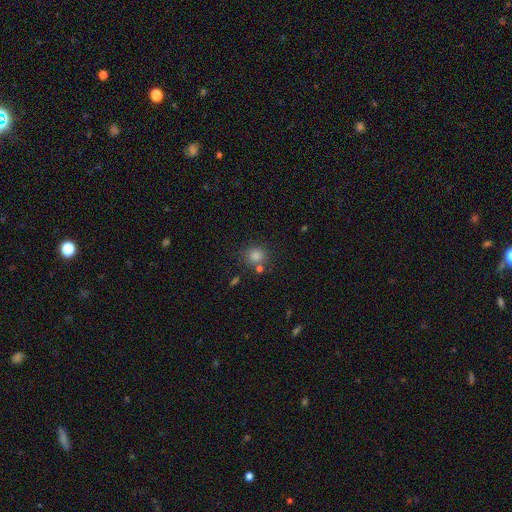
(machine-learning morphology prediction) type=smooth (78%); roundness=round (85%); merging=none (76%).